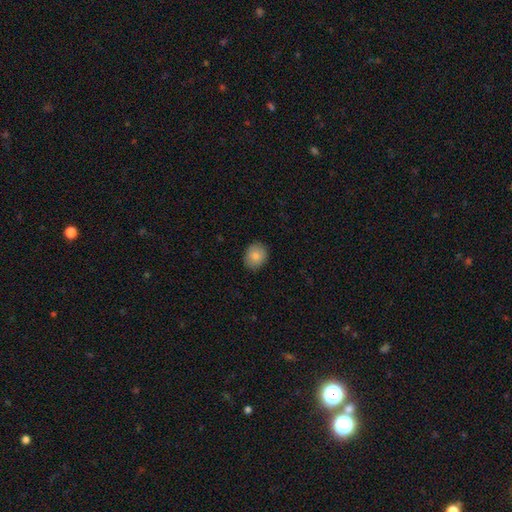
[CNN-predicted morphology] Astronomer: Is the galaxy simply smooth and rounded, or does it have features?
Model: smooth — 84%.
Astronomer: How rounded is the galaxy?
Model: round — 64%.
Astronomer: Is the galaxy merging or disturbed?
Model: none — 88%.